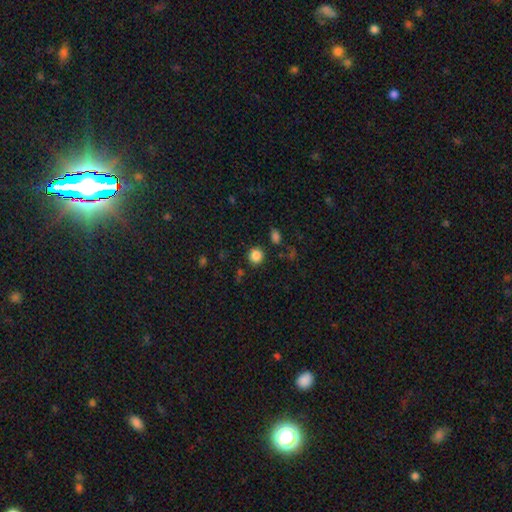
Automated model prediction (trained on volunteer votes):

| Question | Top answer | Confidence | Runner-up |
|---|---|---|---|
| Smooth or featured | smooth | 85% | star or artifact (11%) |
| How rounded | round | 90% | in between (9%) |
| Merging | none | 87% | minor disturbance (7%) |